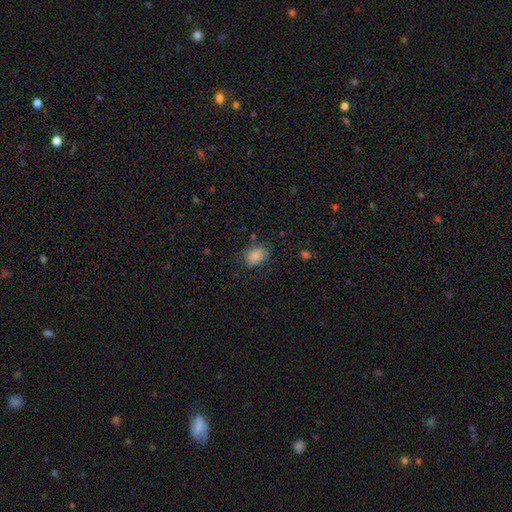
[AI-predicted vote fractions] Smooth or featured? Predicted: smooth (p=0.86). How rounded? Predicted: in between (p=0.72). Merging? Predicted: none (p=0.75).